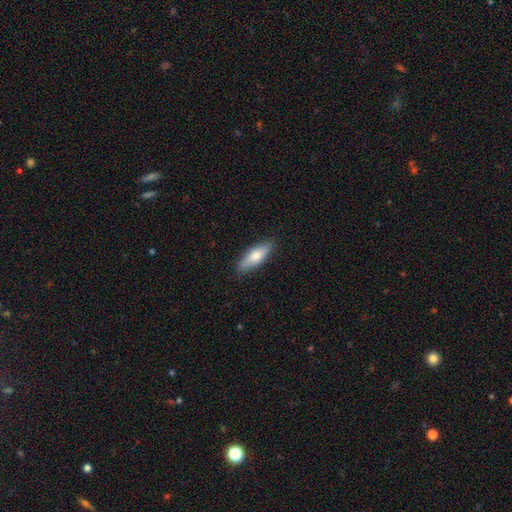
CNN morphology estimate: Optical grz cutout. It shows a smooth galaxy with no disk features (65%) that is cigar-shaped (51%). Merging: none (86%).